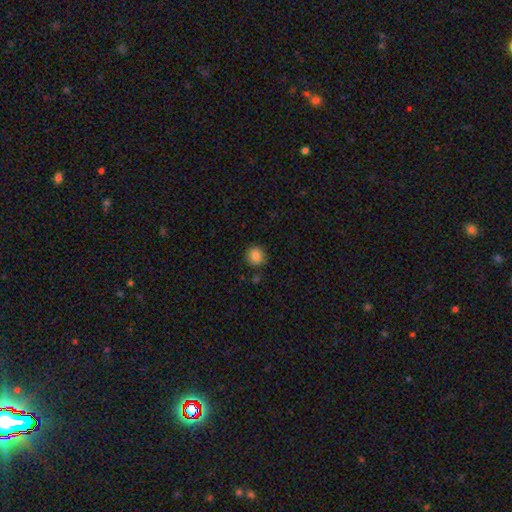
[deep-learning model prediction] Smooth or featured: smooth — 85% (star or artifact — 9%)
How rounded: round — 92% (in between — 8%)
Merging: none — 87% (minor disturbance — 8%)